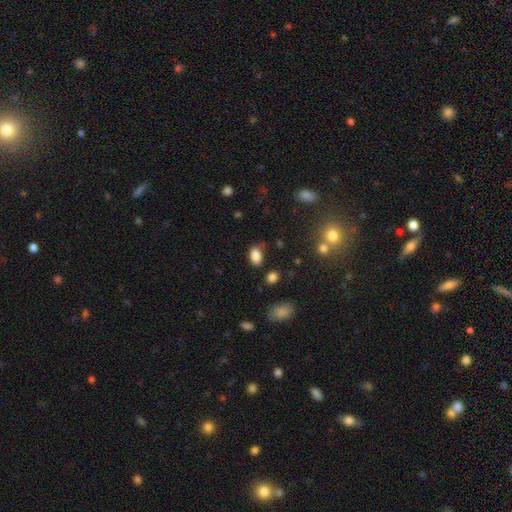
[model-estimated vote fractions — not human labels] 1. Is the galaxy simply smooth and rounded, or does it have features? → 86% smooth, 10% star or artifact, 5% featured or disk.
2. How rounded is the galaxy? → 90% in between, 9% round, 2% cigar-shaped.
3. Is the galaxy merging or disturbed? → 76% none, 16% minor disturbance, 4% major disturbance, 4% merger.